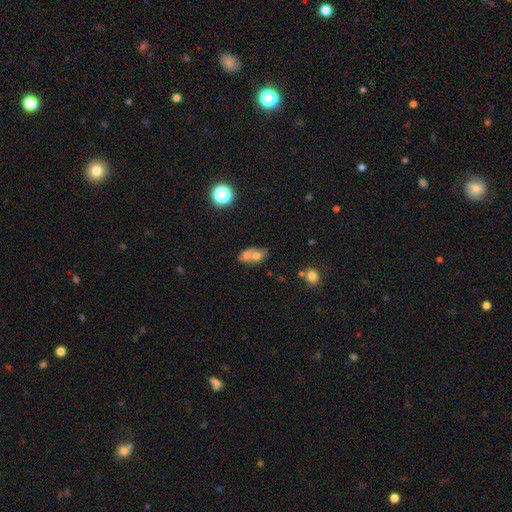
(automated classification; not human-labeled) Smooth or featured? Predicted: smooth (p=0.61). How rounded? Predicted: in between (p=0.69). Merging? Predicted: merger (p=0.62).